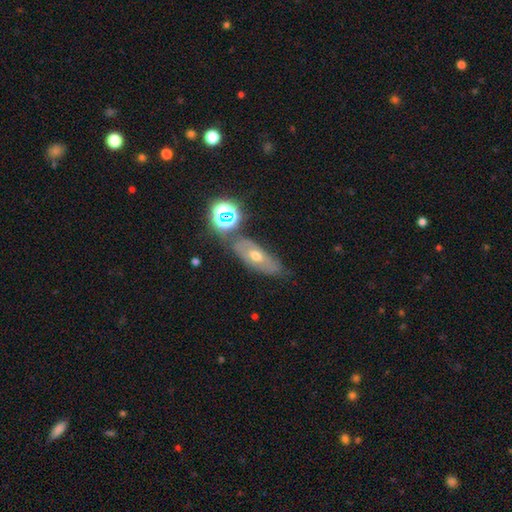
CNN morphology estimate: Overall: featured or disk (43%; smooth 39%). Merging: none (69%).